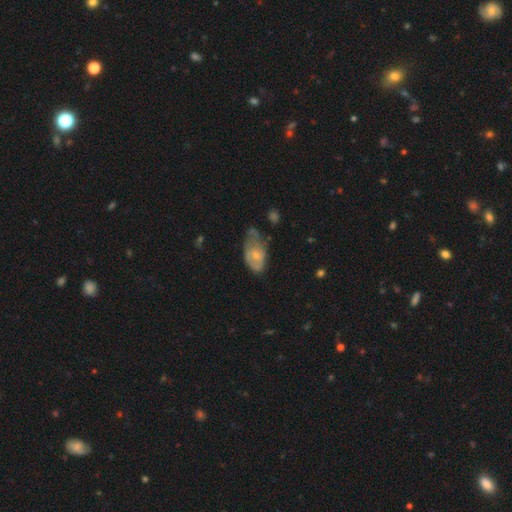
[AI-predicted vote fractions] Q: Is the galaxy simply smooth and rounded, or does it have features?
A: smooth — 47%.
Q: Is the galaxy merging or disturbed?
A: minor disturbance — 41%.